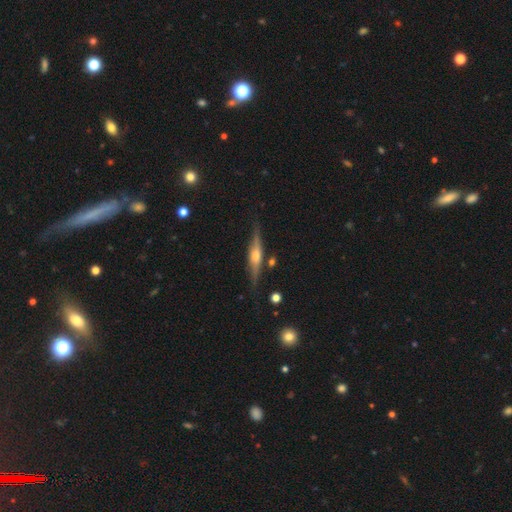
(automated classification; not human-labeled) This appears to be a featured or disk galaxy (72%) viewed edge-on (96%) with a rounded central bulge (86%). Merging: none (83%).